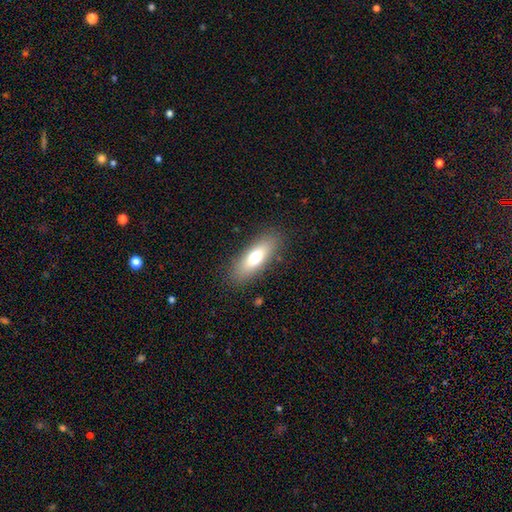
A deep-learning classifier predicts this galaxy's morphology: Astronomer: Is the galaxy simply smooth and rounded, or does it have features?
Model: smooth — 69%.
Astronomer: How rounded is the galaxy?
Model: in between — 63%.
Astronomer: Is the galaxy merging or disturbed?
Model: none — 87%.